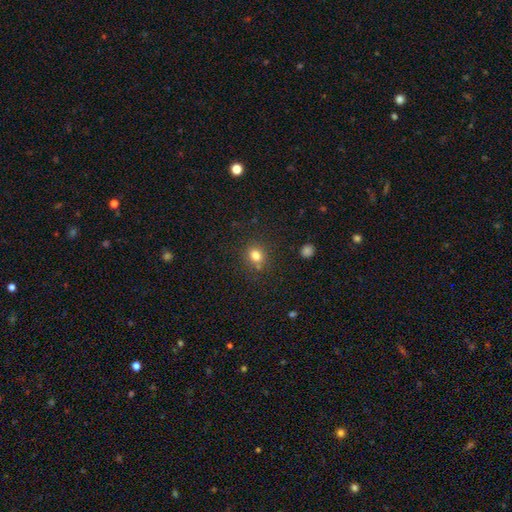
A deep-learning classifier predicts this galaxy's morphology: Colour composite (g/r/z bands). It shows a smooth galaxy with no disk features (79%) that is round (74%). Merging: none (78%).